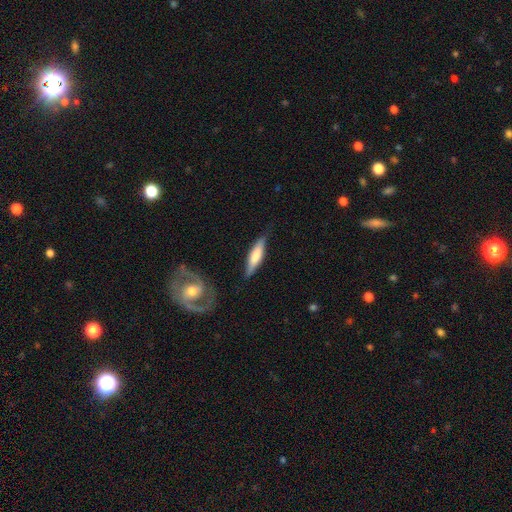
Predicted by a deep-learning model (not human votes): smooth_or_featured: smooth (p=0.60) [alt: featured or disk p=0.35]
how_rounded: cigar-shaped (p=0.72) [alt: in between p=0.26]
merging: none (p=0.75) [alt: minor disturbance p=0.18]